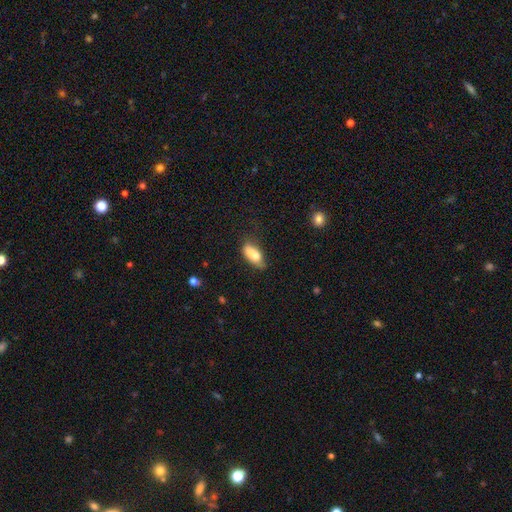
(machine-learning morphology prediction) Smooth or featured: smooth — 74% (featured or disk — 18%)
How rounded: in between — 77% (cigar-shaped — 20%)
Merging: none — 43% (minor disturbance — 30%)